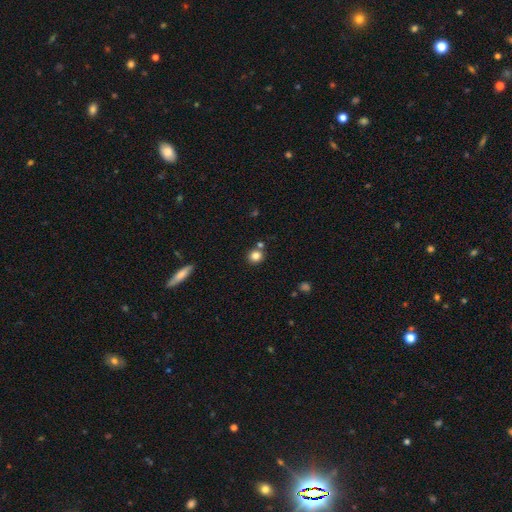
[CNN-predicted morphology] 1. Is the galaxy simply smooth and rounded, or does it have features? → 82% smooth, 11% star or artifact, 6% featured or disk.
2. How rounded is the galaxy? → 86% round, 13% in between, 1% cigar-shaped.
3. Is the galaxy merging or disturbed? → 74% none, 14% merger, 9% minor disturbance, 3% major disturbance.